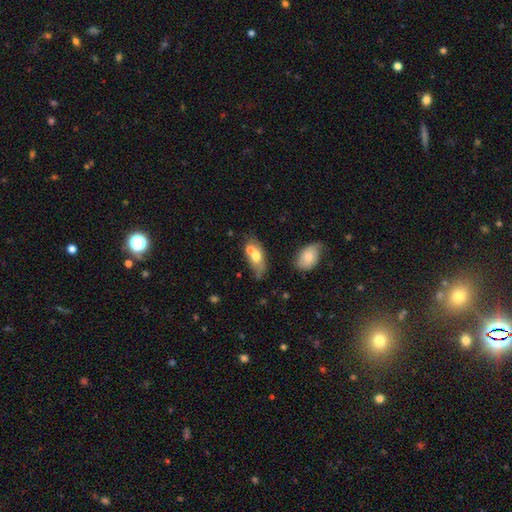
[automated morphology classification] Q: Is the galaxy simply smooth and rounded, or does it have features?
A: smooth — 62%.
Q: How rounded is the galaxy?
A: in between — 82%.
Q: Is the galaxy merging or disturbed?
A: merger — 42%.